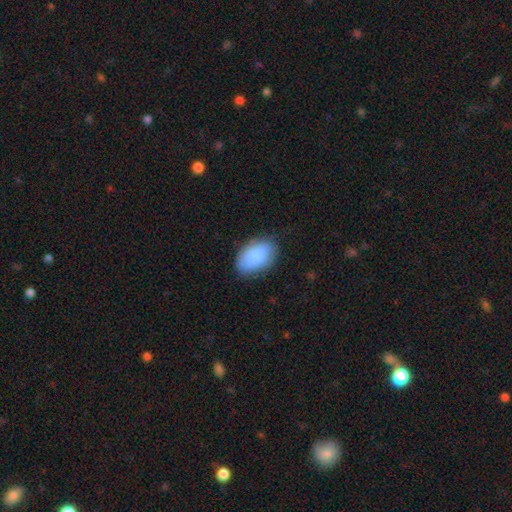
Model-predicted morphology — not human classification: Smooth or featured? Predicted: smooth (p=0.87). How rounded? Predicted: in between (p=0.93). Merging? Predicted: none (p=0.79).